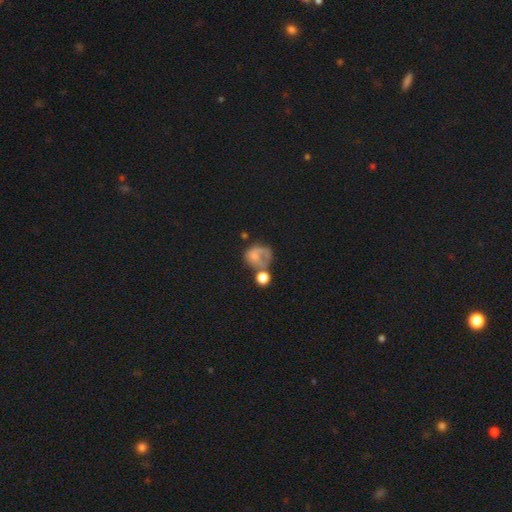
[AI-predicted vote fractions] Smooth or featured: smooth — 55% (featured or disk — 31%)
How rounded: round — 63% (in between — 35%)
Merging: major disturbance — 34% (none — 27%)